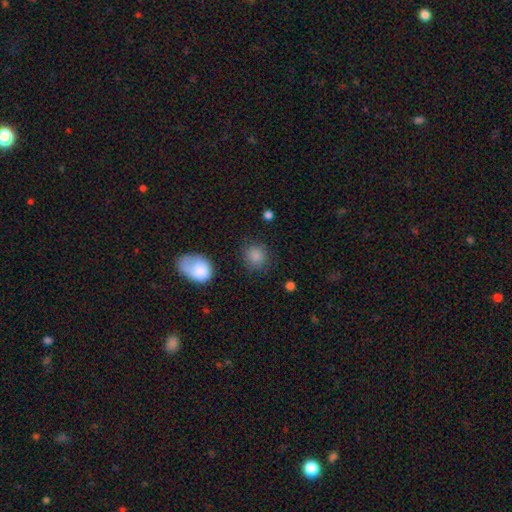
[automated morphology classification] Smooth or featured: smooth — 85% (star or artifact — 10%)
How rounded: round — 85% (in between — 14%)
Merging: none — 81% (minor disturbance — 11%)